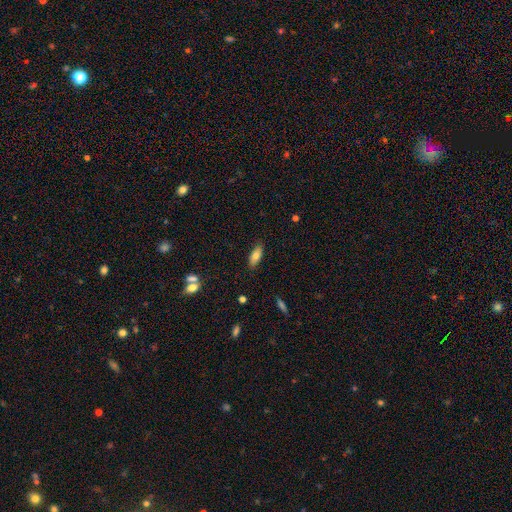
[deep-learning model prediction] smooth_or_featured: smooth (p=0.77) [alt: featured or disk p=0.15]
how_rounded: in between (p=0.80) [alt: cigar-shaped p=0.17]
merging: none (p=0.84) [alt: minor disturbance p=0.12]